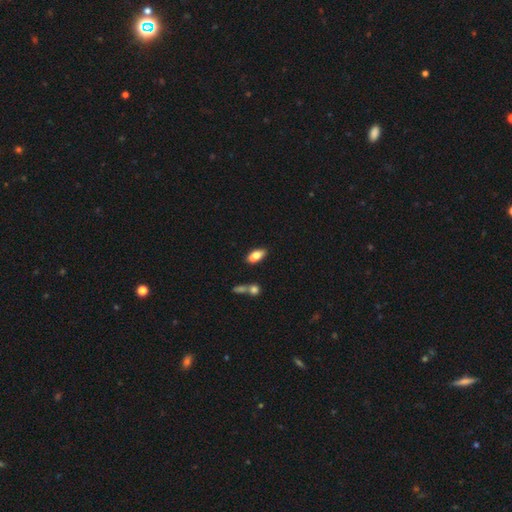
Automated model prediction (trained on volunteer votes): smooth 81%, featured or disk 12%, star or artifact 7%. Down the decision tree: how rounded — in between (85%); merging — none (79%).